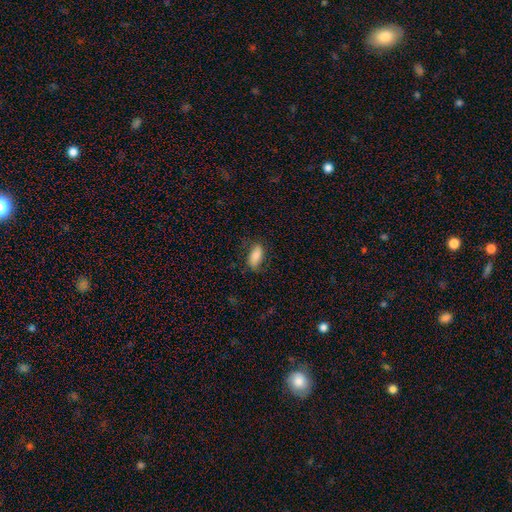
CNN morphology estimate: smooth_or_featured: smooth (p=0.76) [alt: featured or disk p=0.17]
how_rounded: in between (p=0.87) [alt: cigar-shaped p=0.10]
merging: none (p=0.75) [alt: minor disturbance p=0.18]